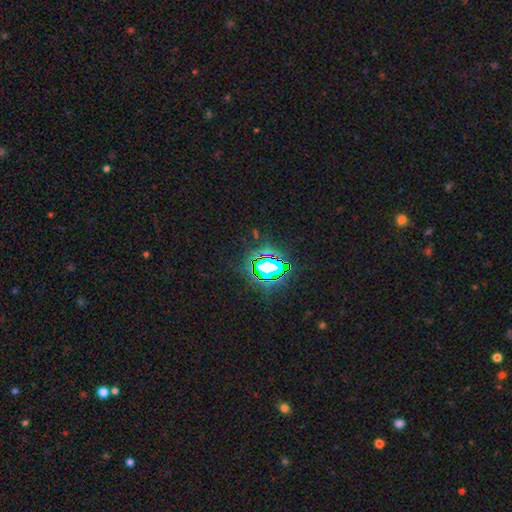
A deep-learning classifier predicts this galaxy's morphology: A star or artifact, not a galaxy (78%).